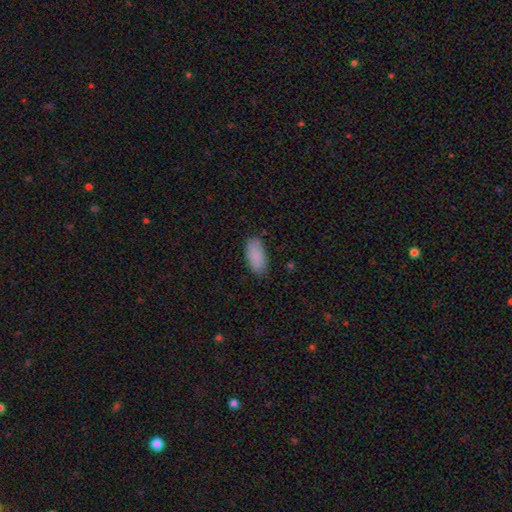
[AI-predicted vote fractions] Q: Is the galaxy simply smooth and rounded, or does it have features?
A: smooth — 89%.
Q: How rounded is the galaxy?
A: in between — 93%.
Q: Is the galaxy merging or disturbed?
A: none — 85%.